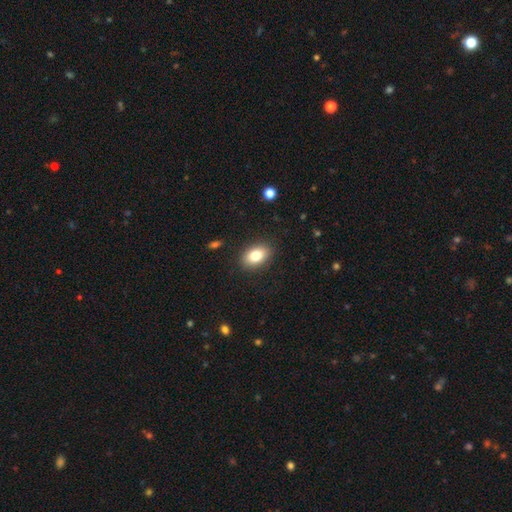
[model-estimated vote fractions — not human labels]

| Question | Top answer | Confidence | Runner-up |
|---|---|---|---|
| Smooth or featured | smooth | 80% | featured or disk (11%) |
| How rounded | in between | 84% | round (15%) |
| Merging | none | 87% | minor disturbance (9%) |